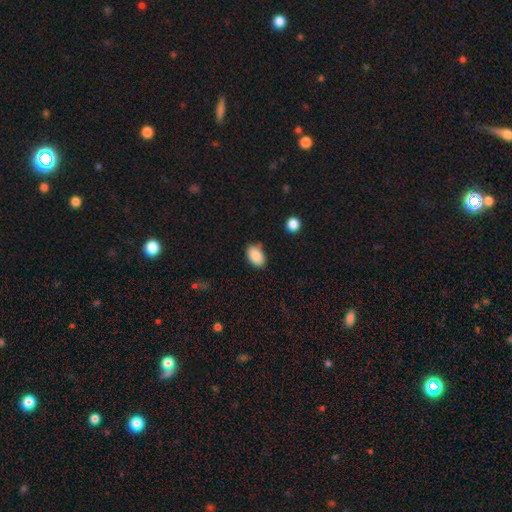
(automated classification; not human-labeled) Smooth or featured: smooth — 88% (star or artifact — 7%)
How rounded: in between — 91% (round — 8%)
Merging: none — 81% (minor disturbance — 14%)